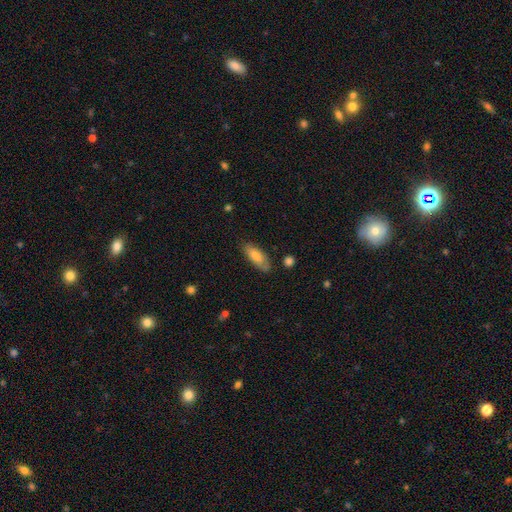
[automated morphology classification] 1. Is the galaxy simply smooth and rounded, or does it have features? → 75% smooth, 19% featured or disk, 7% star or artifact.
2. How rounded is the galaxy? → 71% in between, 27% cigar-shaped, 2% round.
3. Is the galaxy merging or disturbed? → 79% none, 16% minor disturbance, 3% major disturbance, 2% merger.